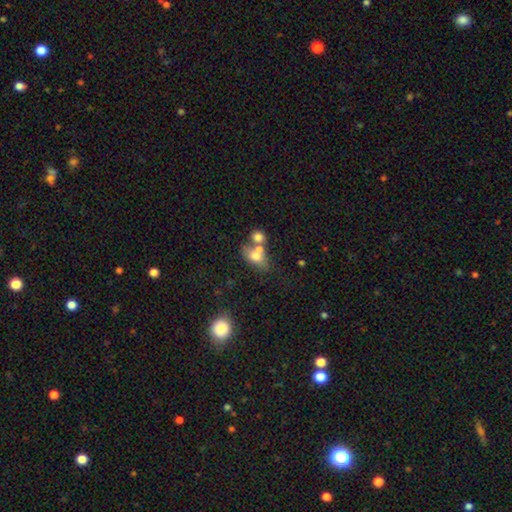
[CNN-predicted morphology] Q: Smooth or featured?
A: smooth (68%); runner-up: featured or disk (21%)
Q: How rounded?
A: in between (69%); runner-up: round (28%)
Q: Merging?
A: merger (48%); runner-up: none (35%)